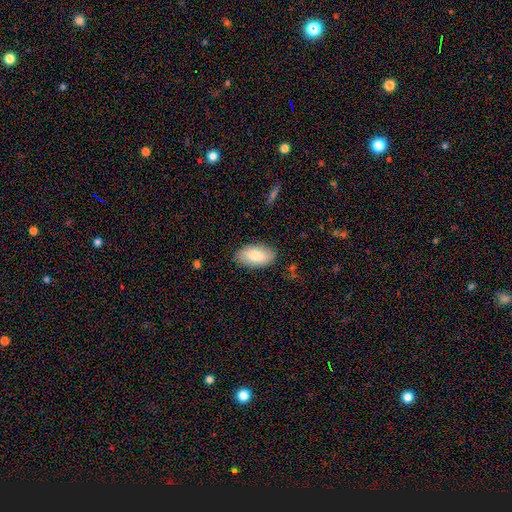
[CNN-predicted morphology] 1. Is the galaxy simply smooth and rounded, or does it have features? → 81% smooth, 13% featured or disk, 6% star or artifact.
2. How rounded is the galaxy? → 94% in between, 3% round, 2% cigar-shaped.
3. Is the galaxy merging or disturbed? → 85% none, 11% minor disturbance, 3% major disturbance, 1% merger.